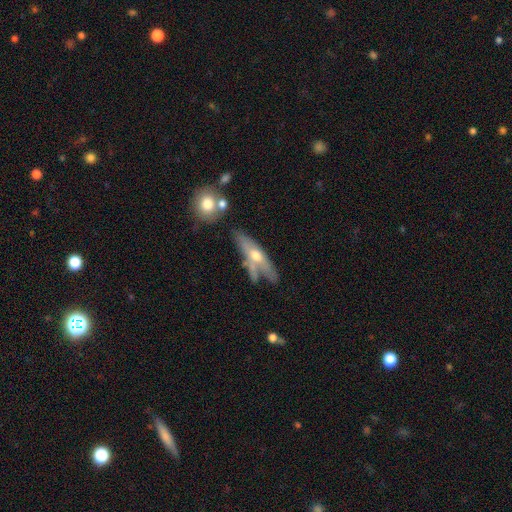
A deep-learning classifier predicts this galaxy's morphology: Smooth or featured? Predicted: featured or disk (p=0.55). Edge-on disk? Predicted: yes (p=0.66). Merging? Predicted: none (p=0.43).